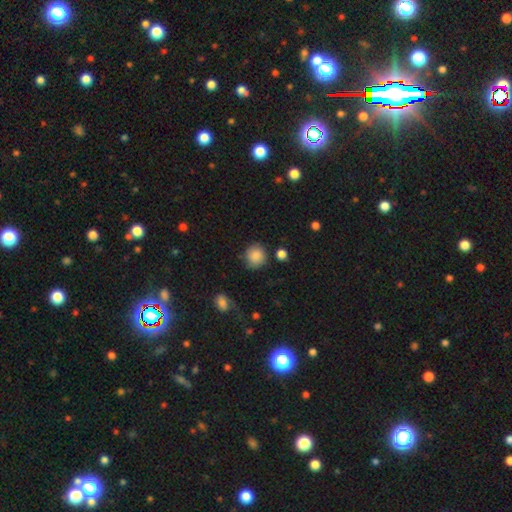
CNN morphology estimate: A smooth galaxy with no disk features (84%) that is round (85%).

Vote fractions:
- Smooth or featured? smooth: 84% / star or artifact: 9% / featured or disk: 7%
- How rounded? round: 85% / in between: 14% / cigar-shaped: 1%
- Merging? none: 79% / minor disturbance: 13% / major disturbance: 4% / merger: 3%